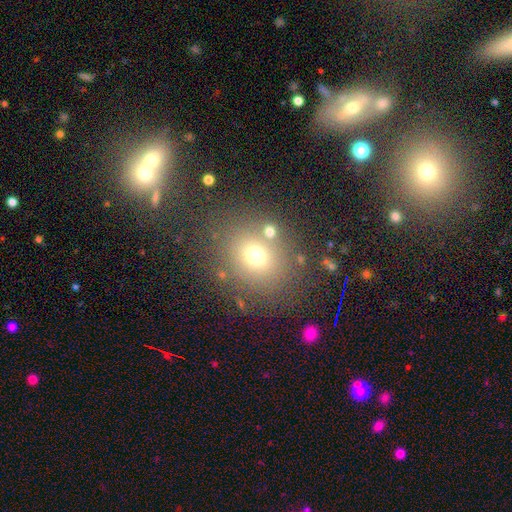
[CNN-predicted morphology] Smooth or featured?
  - smooth: 68% *
  - star or artifact: 20%
  - featured or disk: 12%
How rounded?
  - round: 75% *
  - in between: 24%
  - cigar-shaped: 1%
Merging?
  - none: 75% *
  - minor disturbance: 10%
  - merger: 9%
  - major disturbance: 6%